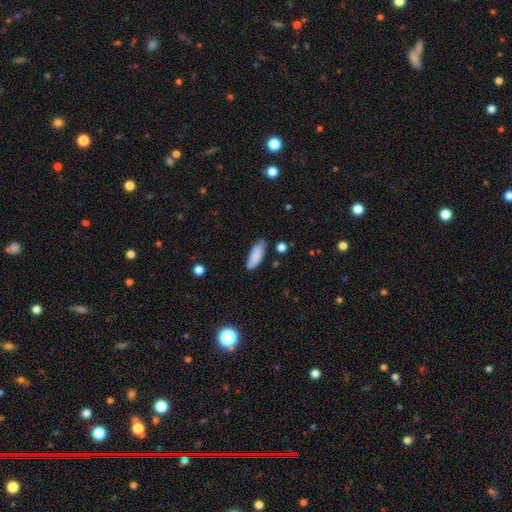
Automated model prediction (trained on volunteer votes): Q: Smooth or featured?
A: smooth (84%); runner-up: featured or disk (10%)
Q: How rounded?
A: in between (71%); runner-up: cigar-shaped (28%)
Q: Merging?
A: none (77%); runner-up: minor disturbance (17%)